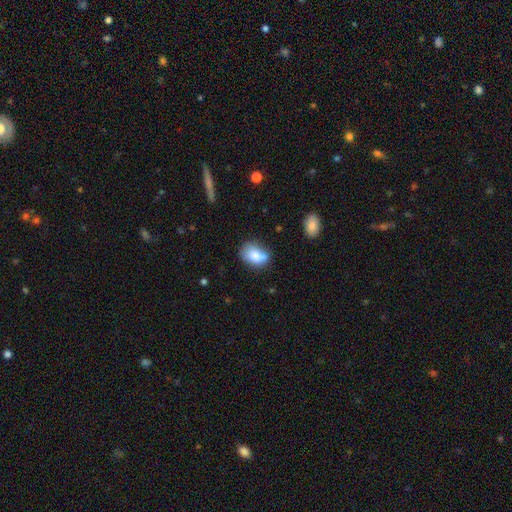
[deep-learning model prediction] A smooth galaxy with no disk features (77%) that is in between round and cigar-shaped (72%).

Vote fractions:
- Smooth or featured? smooth: 77% / featured or disk: 14% / star or artifact: 9%
- How rounded? in between: 72% / round: 27% / cigar-shaped: 2%
- Merging? none: 48% / minor disturbance: 27% / merger: 17% / major disturbance: 9%